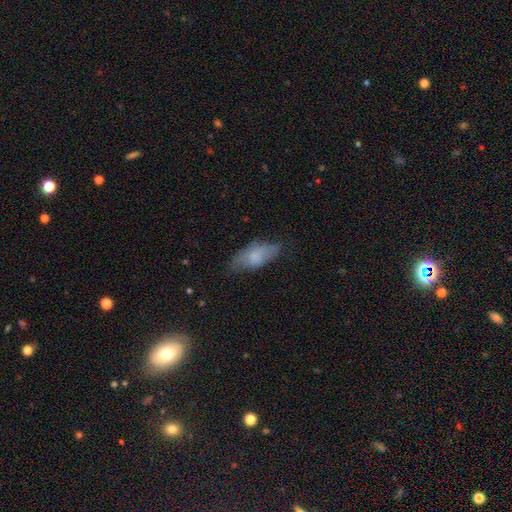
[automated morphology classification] Smooth or featured: smooth — 70% (featured or disk — 23%)
How rounded: in between — 80% (cigar-shaped — 18%)
Merging: none — 60% (minor disturbance — 28%)